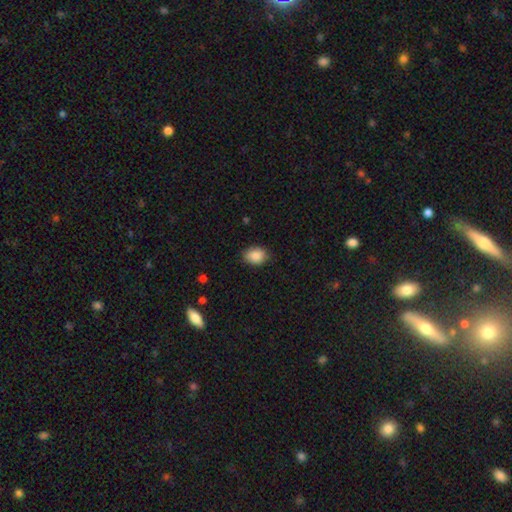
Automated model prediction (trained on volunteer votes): Q: Smooth or featured?
A: smooth (88%); runner-up: star or artifact (8%)
Q: How rounded?
A: in between (67%); runner-up: round (32%)
Q: Merging?
A: none (84%); runner-up: minor disturbance (12%)